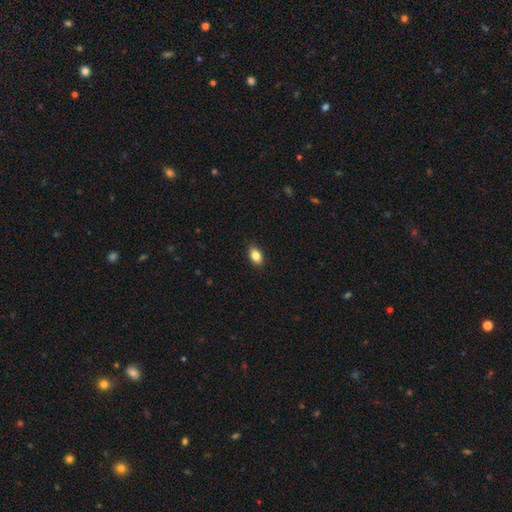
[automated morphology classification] smooth-or-featured: smooth: 84% | featured or disk: 8% | star or artifact: 8%
  how-rounded: in between: 88% | round: 9% | cigar-shaped: 3%
  merging: none: 89% | minor disturbance: 8% | major disturbance: 2% | merger: 1%